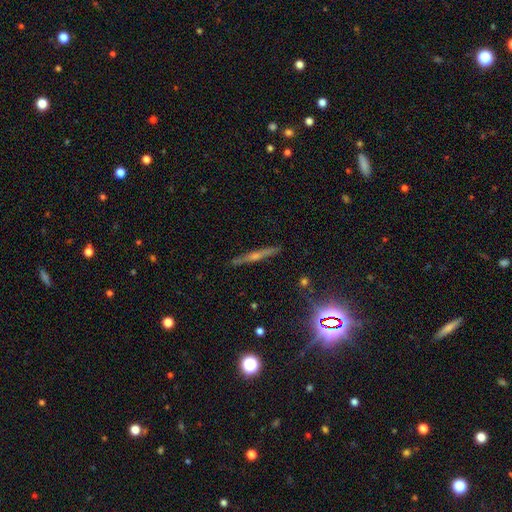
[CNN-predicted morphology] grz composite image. It shows a featured or disk galaxy (63%) viewed edge-on (96%) with a rounded central bulge (79%). Merging: none (89%).